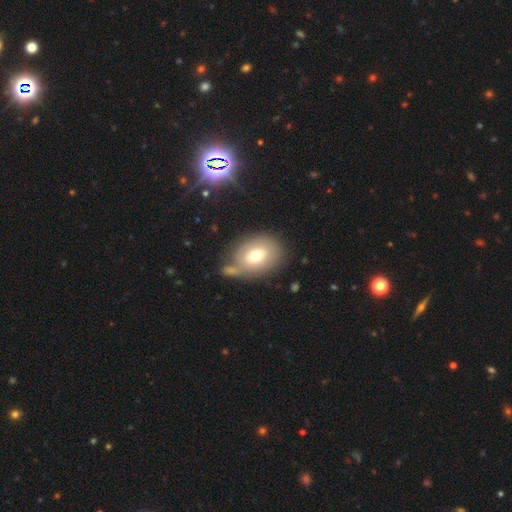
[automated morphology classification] type=smooth (73%); roundness=in between (67%); merging=none (59%).